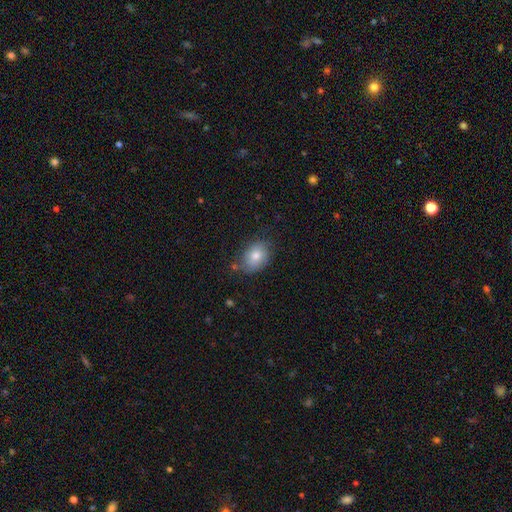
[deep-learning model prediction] smooth_or_featured: smooth (p=0.73) [alt: featured or disk p=0.18]
how_rounded: in between (p=0.68) [alt: round p=0.31]
merging: none (p=0.70) [alt: minor disturbance p=0.22]